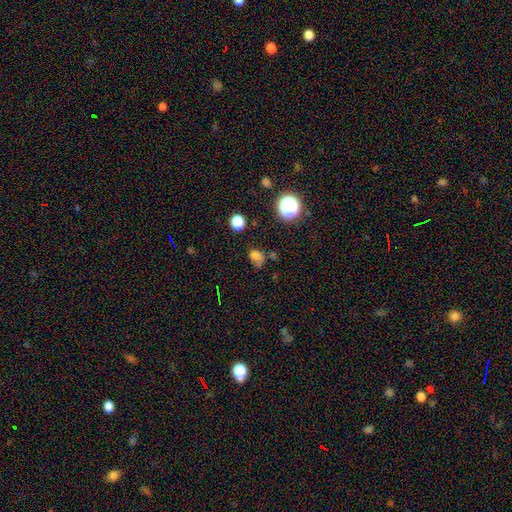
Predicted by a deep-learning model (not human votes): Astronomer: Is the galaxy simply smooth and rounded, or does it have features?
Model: smooth — 70%.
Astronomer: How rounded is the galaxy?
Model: round — 51% (runner-up: in between, 47%).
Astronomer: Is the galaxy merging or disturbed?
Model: none — 47% (runner-up: minor disturbance, 27%).